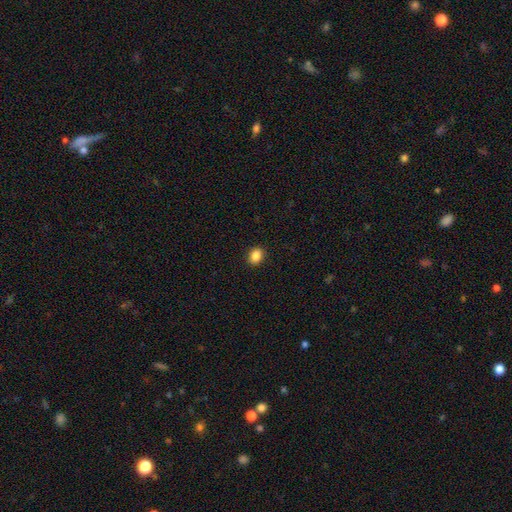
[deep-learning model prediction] Q: Smooth or featured?
A: smooth (87%); runner-up: star or artifact (9%)
Q: How rounded?
A: in between (58%); runner-up: round (41%)
Q: Merging?
A: none (91%); runner-up: minor disturbance (6%)